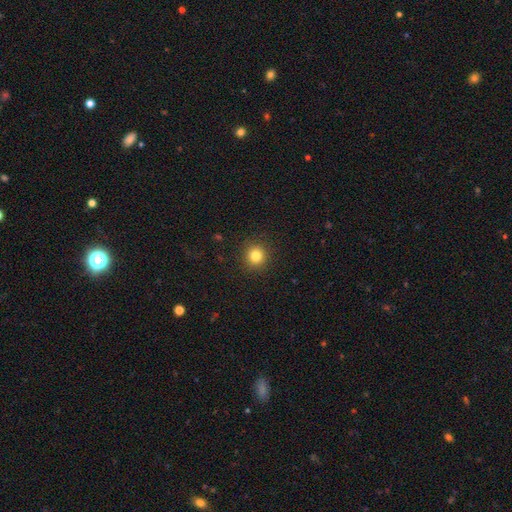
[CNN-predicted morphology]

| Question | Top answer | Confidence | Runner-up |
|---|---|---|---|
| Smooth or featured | smooth | 82% | star or artifact (12%) |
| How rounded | round | 92% | in between (7%) |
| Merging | none | 91% | minor disturbance (6%) |